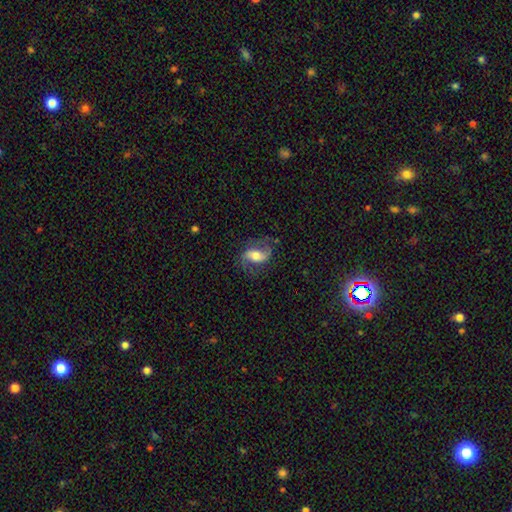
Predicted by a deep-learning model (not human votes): A featured or disk galaxy (73%) with a weak bar (36%, tied with strong), 2 (89%) loose (45%) spiral arms (92%) and a moderate central bulge (60%). Merging: none (69%).